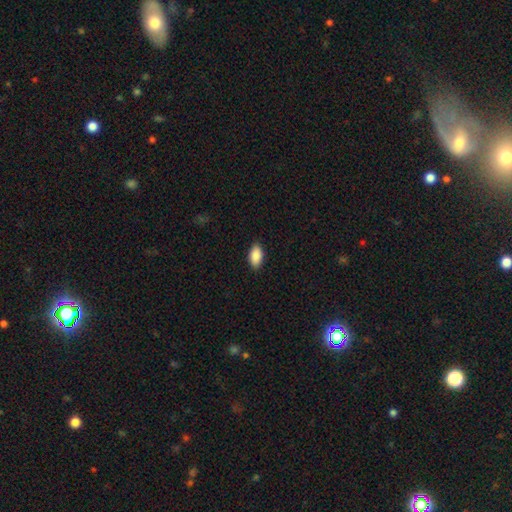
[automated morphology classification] smooth-or-featured: smooth: 90% | star or artifact: 7% | featured or disk: 4%
  how-rounded: in between: 94% | round: 3% | cigar-shaped: 3%
  merging: none: 88% | minor disturbance: 9% | major disturbance: 2% | merger: 1%